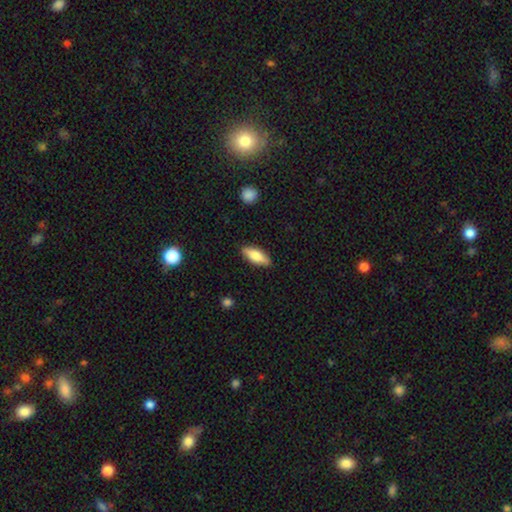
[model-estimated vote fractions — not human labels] A smooth galaxy with no disk features (77%) that is in between round and cigar-shaped (70%).

Vote fractions:
- Smooth or featured? smooth: 77% / featured or disk: 17% / star or artifact: 6%
- How rounded? in between: 70% / cigar-shaped: 28% / round: 2%
- Merging? none: 87% / minor disturbance: 10% / major disturbance: 2% / merger: 1%